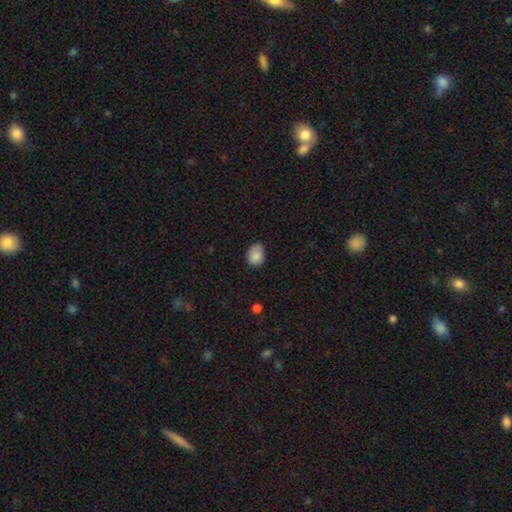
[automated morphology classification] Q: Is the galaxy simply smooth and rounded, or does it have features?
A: smooth — 86%.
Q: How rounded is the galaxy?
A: in between — 60%.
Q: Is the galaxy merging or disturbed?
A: none — 60%.